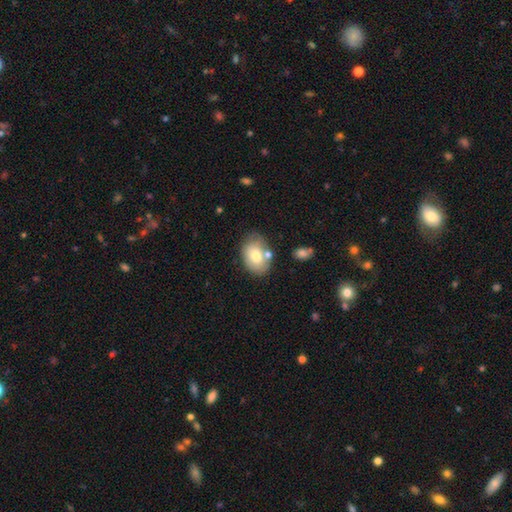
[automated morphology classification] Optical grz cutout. It shows a smooth galaxy with no disk features (73%) that is in between round and cigar-shaped (80%). Merging: none (63%).